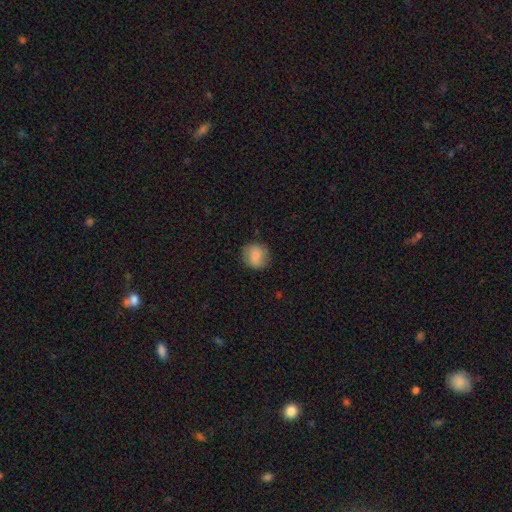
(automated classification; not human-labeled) Smooth or featured? smooth (76%)
How rounded? round (89%)
Merging? none (86%)